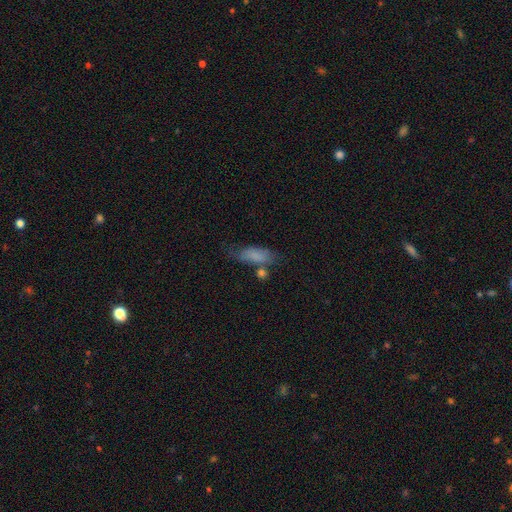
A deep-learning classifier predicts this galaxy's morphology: smooth-or-featured: smooth: 75% | featured or disk: 16% | star or artifact: 9%
  how-rounded: in between: 71% | cigar-shaped: 25% | round: 4%
  merging: none: 49% | minor disturbance: 25% | merger: 14% | major disturbance: 12%